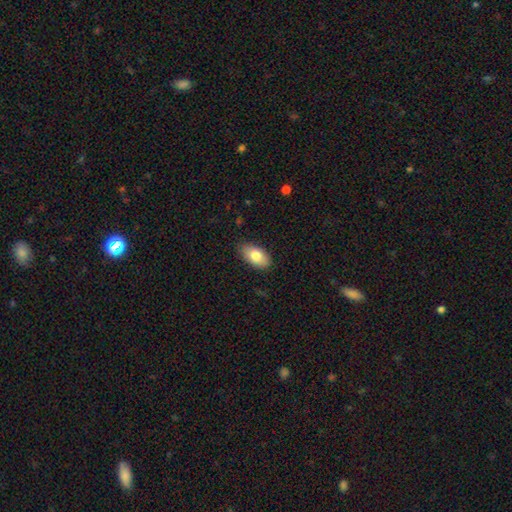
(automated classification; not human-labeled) The model was most divided on "smooth or featured": smooth: 78%, featured or disk: 15%, star or artifact: 7%. More confident: how rounded — in between (93%); merging — none (85%).